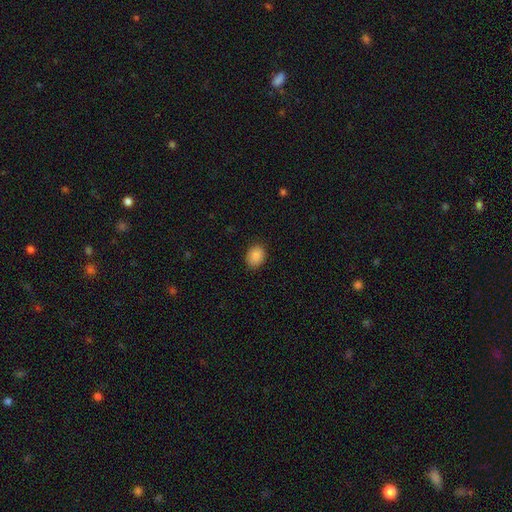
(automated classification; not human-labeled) Smooth or featured?
  - smooth: 88% *
  - star or artifact: 8%
  - featured or disk: 3%
How rounded?
  - in between: 51% *
  - round: 48%
  - cigar-shaped: 1%
Merging?
  - none: 88% *
  - minor disturbance: 9%
  - major disturbance: 2%
  - merger: 1%